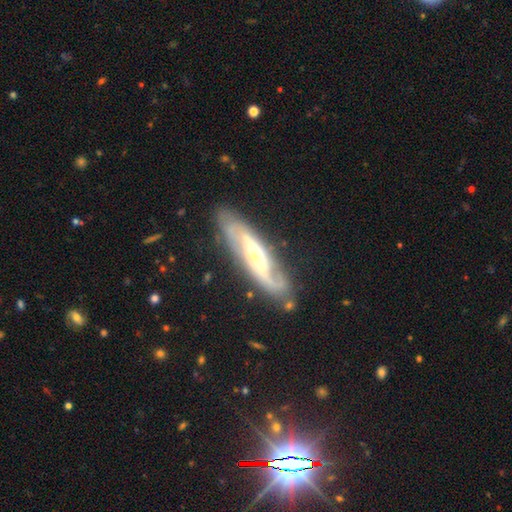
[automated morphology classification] smooth_or_featured: featured or disk (p=0.80) [alt: smooth p=0.15]
disk_edge_on: no (p=0.78) [alt: yes p=0.22]
bar: no (p=0.37) [alt: weak p=0.36]
has_spiral_arms: yes (p=0.92) [alt: no p=0.08]
spiral_winding: medium (p=0.42) [alt: loose p=0.31]
spiral_arm_count: 2 (p=0.74) [alt: can't tell p=0.14]
bulge_size: small (p=0.48) [alt: moderate p=0.42]
merging: none (p=0.75) [alt: minor disturbance p=0.16]